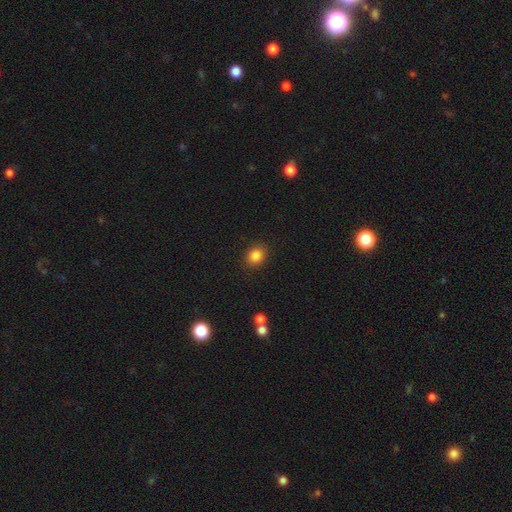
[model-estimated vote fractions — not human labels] Smooth or featured?
  - smooth: 85% *
  - star or artifact: 10%
  - featured or disk: 4%
How rounded?
  - round: 60% *
  - in between: 39%
  - cigar-shaped: 1%
Merging?
  - none: 88% *
  - minor disturbance: 8%
  - major disturbance: 3%
  - merger: 2%